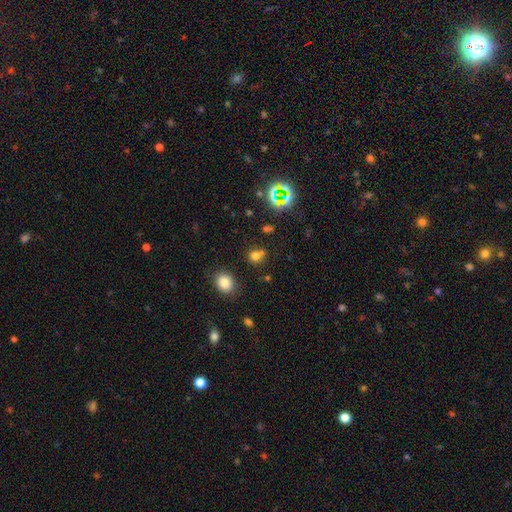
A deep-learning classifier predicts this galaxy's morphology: Smooth or featured? Predicted: smooth (p=0.68). How rounded? Predicted: round (p=0.75). Merging? Predicted: none (p=0.62).